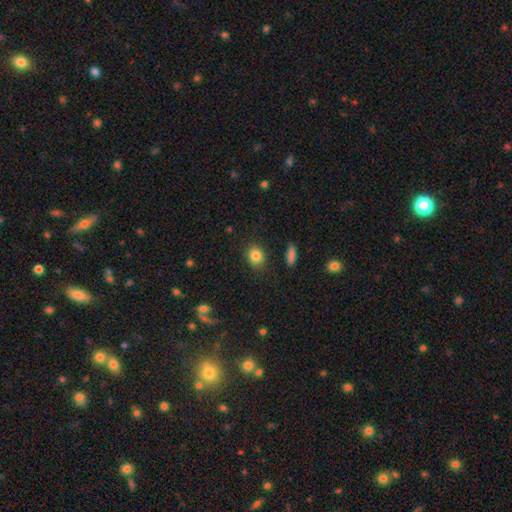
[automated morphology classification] smooth 84%, star or artifact 10%, featured or disk 6%. Down the decision tree: how rounded — round (58%); merging — none (85%).